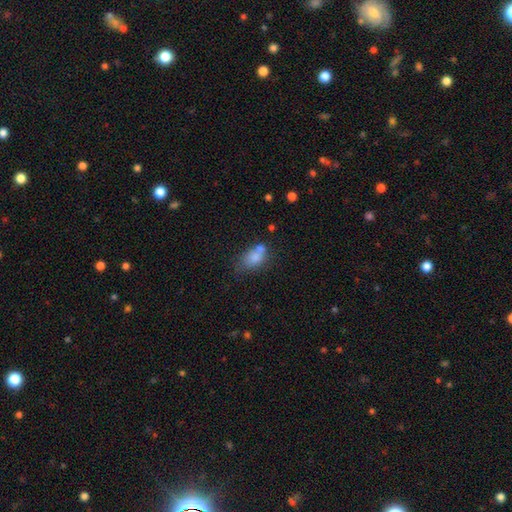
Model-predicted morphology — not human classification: Smooth or featured?
  - smooth: 77% *
  - featured or disk: 14%
  - star or artifact: 10%
How rounded?
  - in between: 82% *
  - round: 15%
  - cigar-shaped: 3%
Merging?
  - none: 37% *
  - merger: 32%
  - minor disturbance: 21%
  - major disturbance: 10%